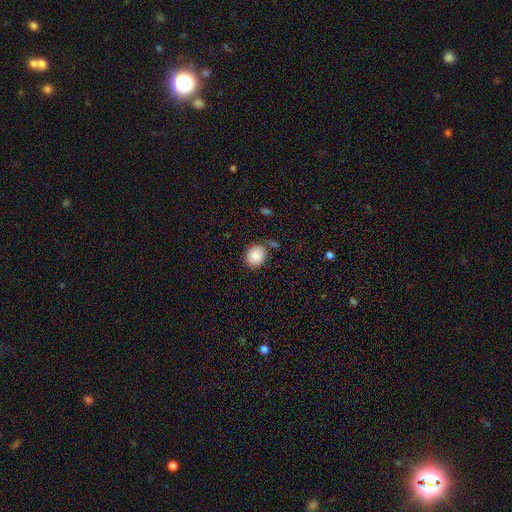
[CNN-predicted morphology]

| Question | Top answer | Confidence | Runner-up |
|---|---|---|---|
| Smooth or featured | smooth | 88% | star or artifact (8%) |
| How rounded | round | 66% | in between (34%) |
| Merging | none | 75% | minor disturbance (15%) |